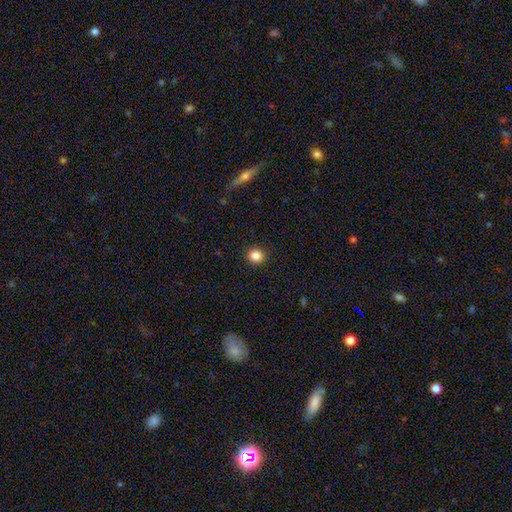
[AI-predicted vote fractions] Smooth or featured? smooth (85%)
How rounded? round (92%)
Merging? none (92%)